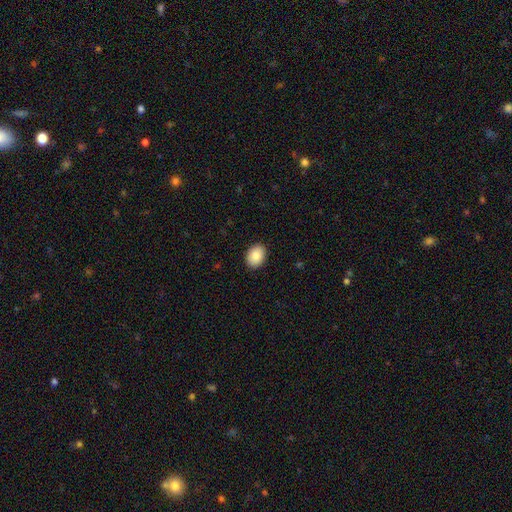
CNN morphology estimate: Overall: smooth (87%). How rounded: in between (72%). Merging: none (90%).